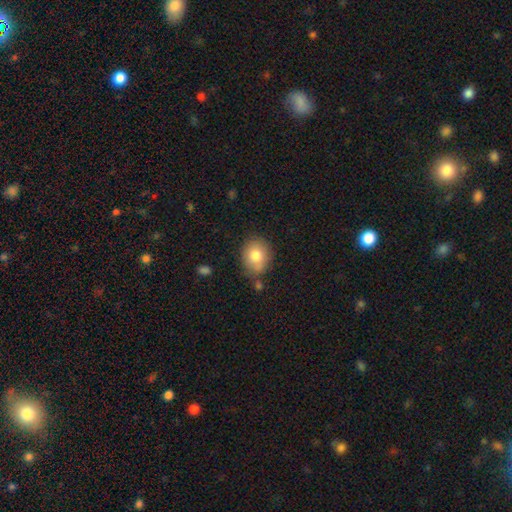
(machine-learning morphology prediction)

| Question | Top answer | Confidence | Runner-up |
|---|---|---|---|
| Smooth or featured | smooth | 79% | featured or disk (13%) |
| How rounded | round | 54% | in between (45%) |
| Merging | none | 71% | minor disturbance (18%) |